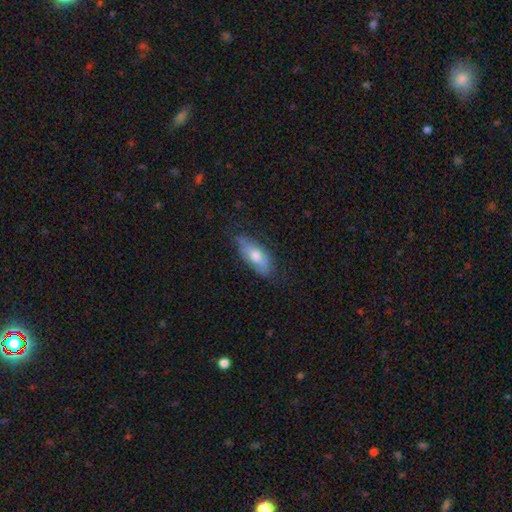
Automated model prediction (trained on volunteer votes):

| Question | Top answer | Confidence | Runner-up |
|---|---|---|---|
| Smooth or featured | smooth | 63% | featured or disk (30%) |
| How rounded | in between | 76% | cigar-shaped (22%) |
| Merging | none | 68% | minor disturbance (25%) |